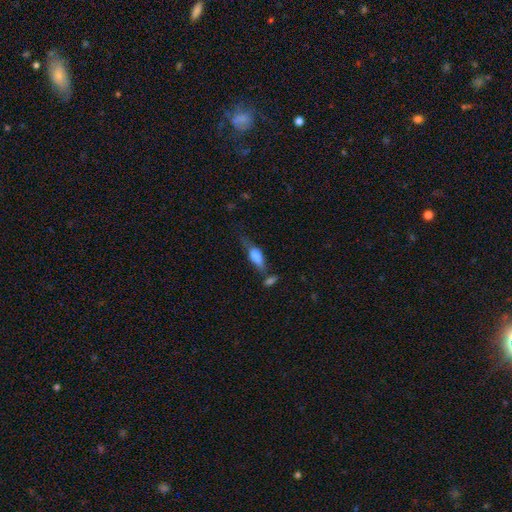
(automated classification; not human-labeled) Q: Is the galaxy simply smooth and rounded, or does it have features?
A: smooth — 59%.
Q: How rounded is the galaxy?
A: in between — 60%.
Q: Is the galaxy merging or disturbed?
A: none — 46%.